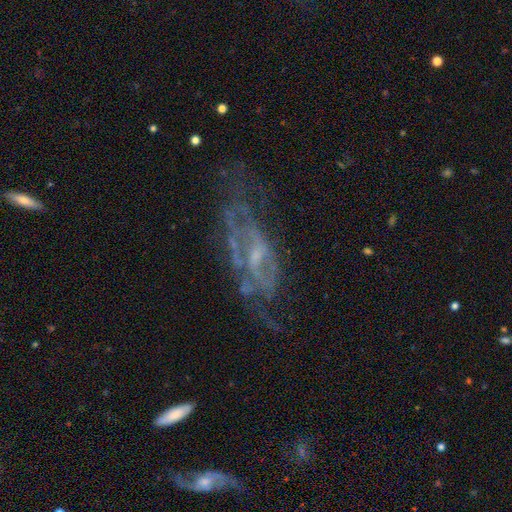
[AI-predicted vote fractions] smooth_or_featured: featured or disk (p=0.75) [alt: smooth p=0.13]
disk_edge_on: no (p=0.86) [alt: yes p=0.14]
bar: no (p=0.45) [alt: weak p=0.41]
has_spiral_arms: yes (p=0.61) [alt: no p=0.39]
bulge_size: small (p=0.51) [alt: moderate p=0.26]
merging: none (p=0.53) [alt: major disturbance p=0.22]